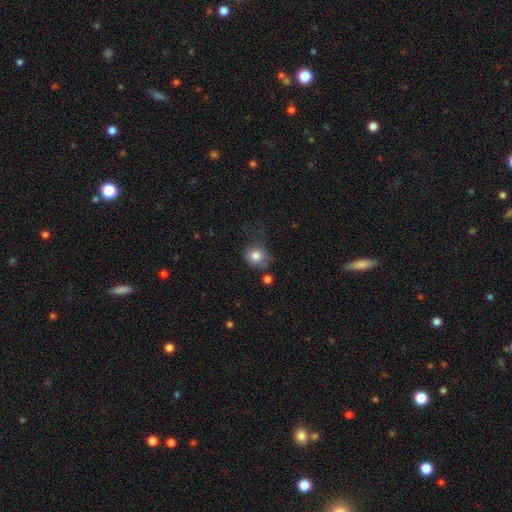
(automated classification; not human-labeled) Smooth or featured? Predicted: smooth (p=0.80). How rounded? Predicted: round (p=0.73). Merging? Predicted: none (p=0.50).